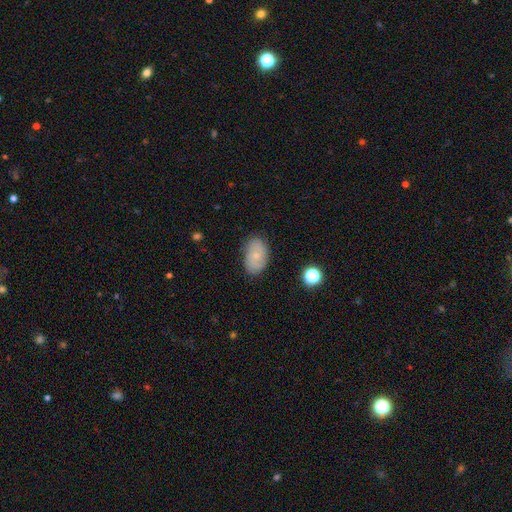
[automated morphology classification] smooth_or_featured: smooth (p=0.55) [alt: featured or disk p=0.36]
how_rounded: in between (p=0.88) [alt: round p=0.11]
merging: none (p=0.80) [alt: minor disturbance p=0.15]